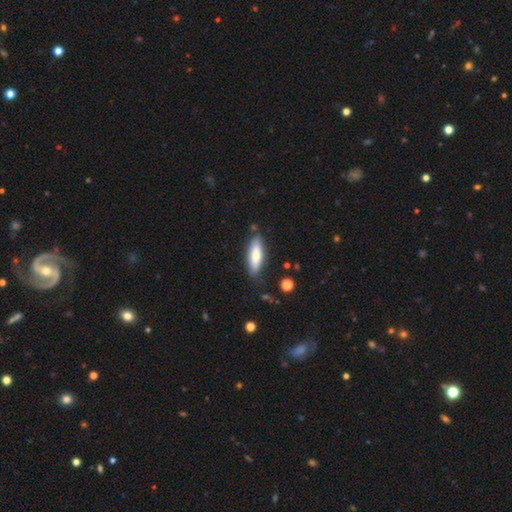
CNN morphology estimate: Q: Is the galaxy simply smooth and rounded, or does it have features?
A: smooth — 72%.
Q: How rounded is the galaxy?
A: in between — 49%, tied with cigar-shaped.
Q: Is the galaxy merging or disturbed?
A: none — 83%.